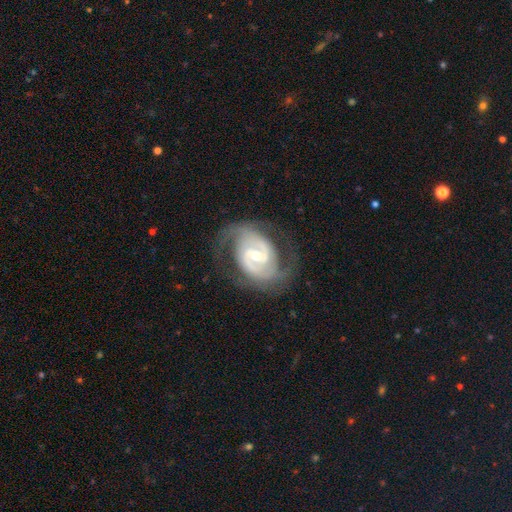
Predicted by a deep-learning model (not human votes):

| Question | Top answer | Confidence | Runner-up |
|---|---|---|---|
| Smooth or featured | featured or disk | 90% | smooth (5%) |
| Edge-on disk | no | 97% | yes (3%) |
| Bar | weak | 51% | no (30%) |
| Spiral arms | yes | 97% | no (3%) |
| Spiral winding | medium | 46% | tight (42%) |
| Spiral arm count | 2 | 80% | 3 (7%) |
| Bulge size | moderate | 53% | small (43%) |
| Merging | none | 73% | minor disturbance (16%) |